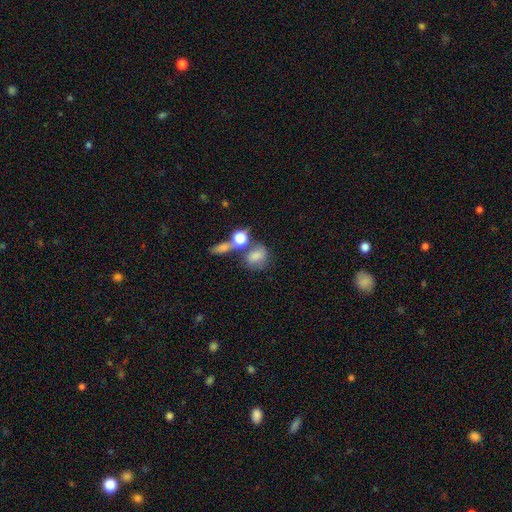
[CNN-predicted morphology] Smooth or featured? smooth (74%)
How rounded? in between (54%)
Merging? none (42%)